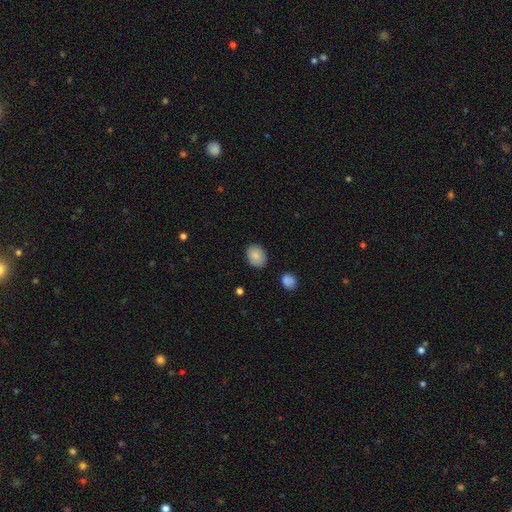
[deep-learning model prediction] A smooth galaxy with no disk features (87%) that is in between round and cigar-shaped (55%). Merging: none (84%).